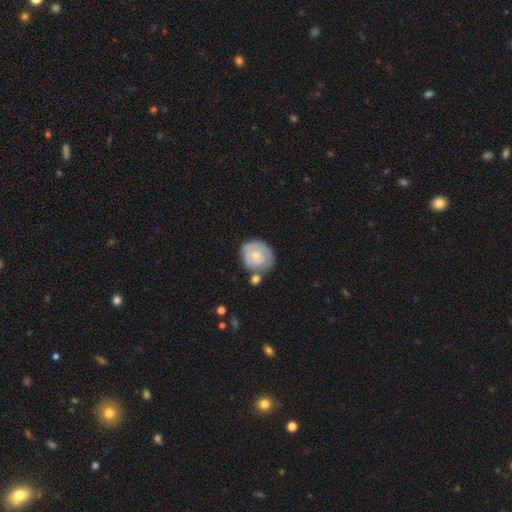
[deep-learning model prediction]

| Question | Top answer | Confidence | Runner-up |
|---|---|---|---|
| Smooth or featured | smooth | 52% | featured or disk (42%) |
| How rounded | round | 71% | in between (28%) |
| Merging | none | 50% | minor disturbance (24%) |